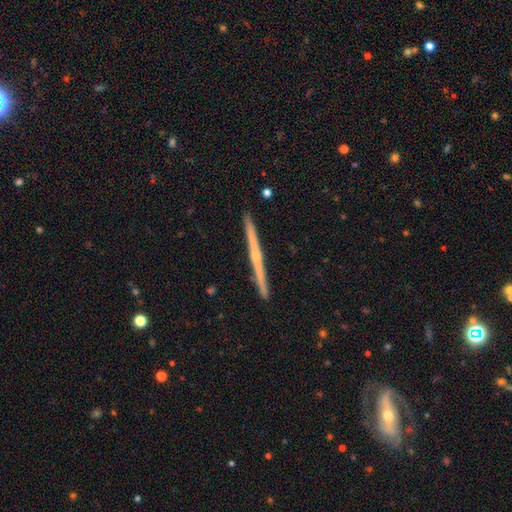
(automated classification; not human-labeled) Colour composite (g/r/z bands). It shows a featured or disk galaxy (78%) viewed edge-on (99%) with a rounded central bulge (63%). Merging: none (93%).